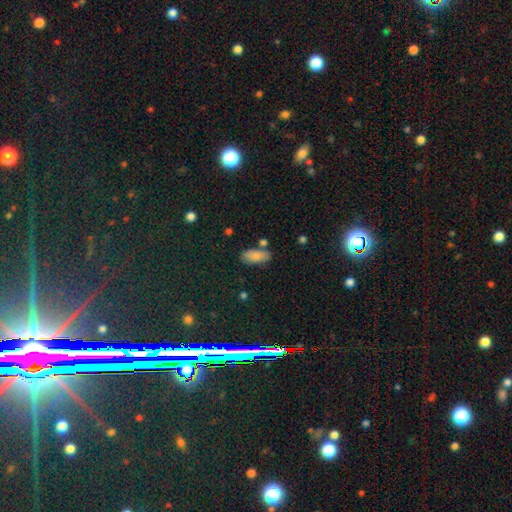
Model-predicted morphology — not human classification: A smooth galaxy with no disk features (84%) that is in between round and cigar-shaped (88%). Merging: none (70%).